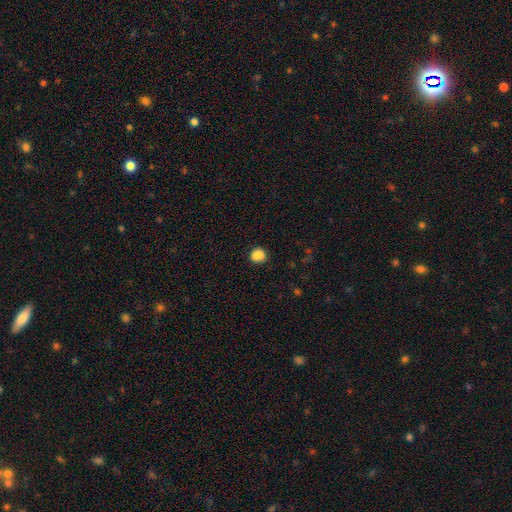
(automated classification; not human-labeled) This appears to be a smooth galaxy with no disk features (83%) that is round (80%). Merging: none (69%).